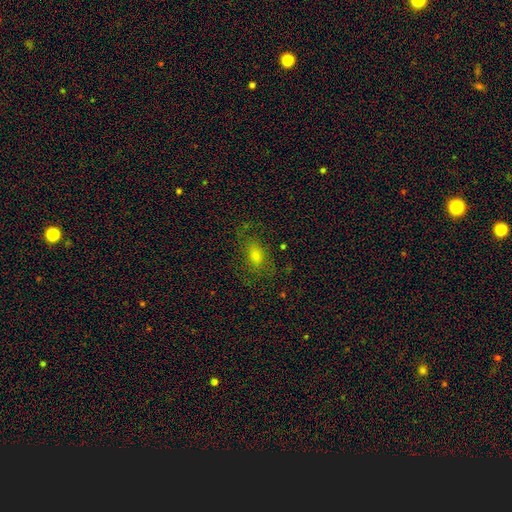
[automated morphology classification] Smooth or featured?
  - smooth: 61% *
  - featured or disk: 21%
  - star or artifact: 18%
How rounded?
  - in between: 75% *
  - round: 21%
  - cigar-shaped: 4%
Merging?
  - none: 69% *
  - minor disturbance: 18%
  - major disturbance: 11%
  - merger: 2%